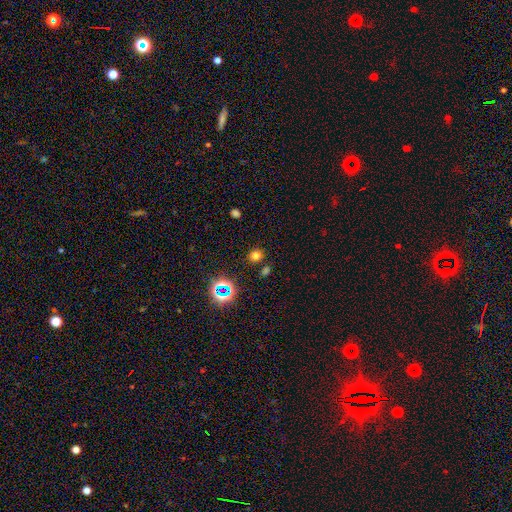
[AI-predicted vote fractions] This is likely a smooth galaxy (69%). How rounded: likely round (77%). Merging: clearly none (83%).